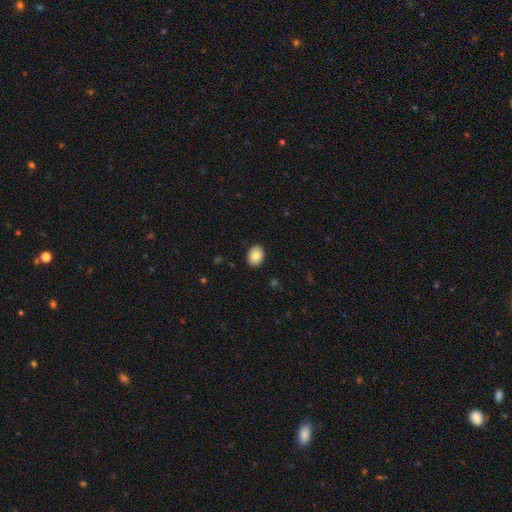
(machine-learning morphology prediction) Overall: smooth (84%). How rounded: in between (71%). Merging: none (89%).